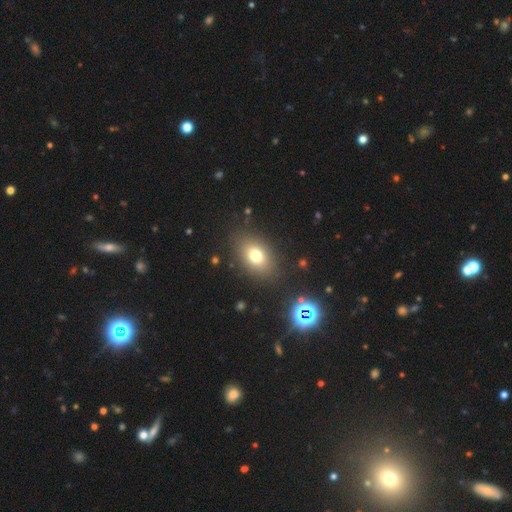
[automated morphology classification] Smooth or featured? smooth (75%)
How rounded? in between (78%)
Merging? none (85%)